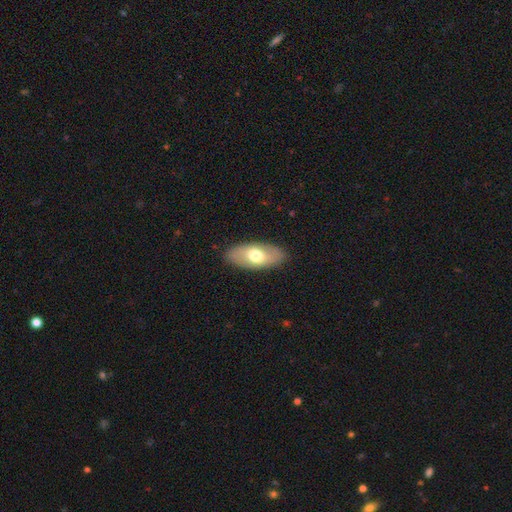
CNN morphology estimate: Smooth or featured: smooth — 63% (featured or disk — 31%)
How rounded: in between — 91% (cigar-shaped — 6%)
Merging: none — 87% (minor disturbance — 10%)